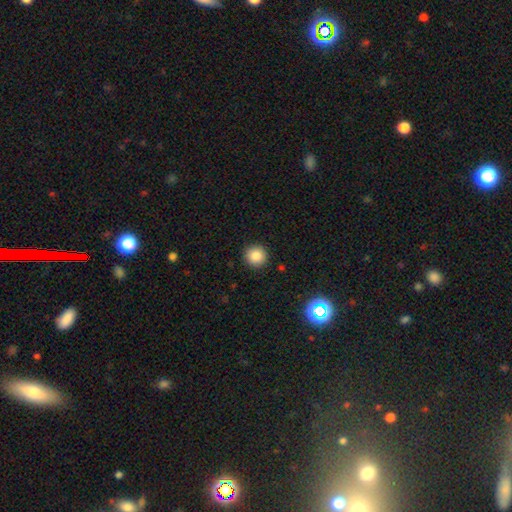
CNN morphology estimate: Smooth or featured? Predicted: smooth (p=0.86). How rounded? Predicted: round (p=0.95). Merging? Predicted: none (p=0.92).